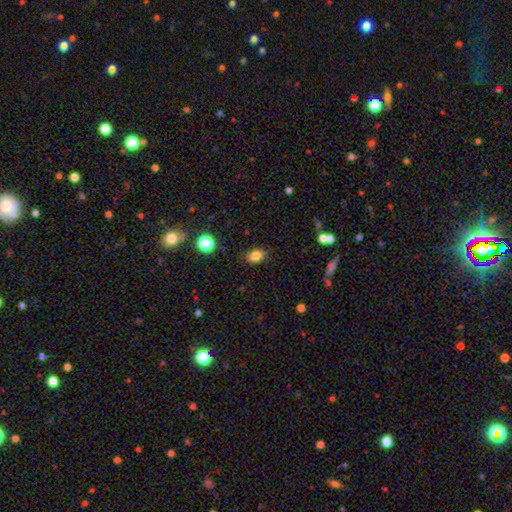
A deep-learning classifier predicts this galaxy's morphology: A smooth galaxy with no disk features (82%) that is in between round and cigar-shaped (74%). Merging: none (85%).